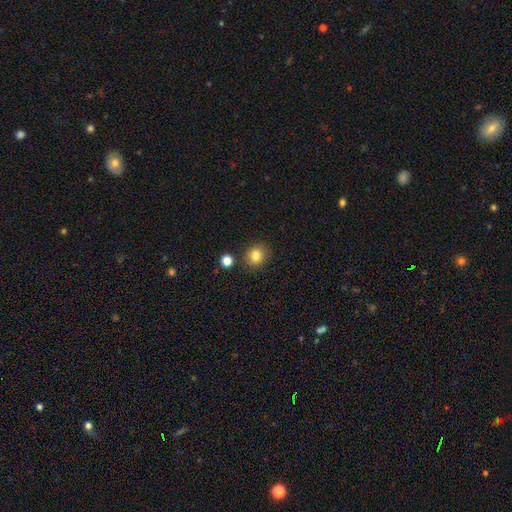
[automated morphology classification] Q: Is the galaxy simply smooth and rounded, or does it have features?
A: smooth — 83%.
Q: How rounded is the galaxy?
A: round — 85%.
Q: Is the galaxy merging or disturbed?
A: none — 85%.